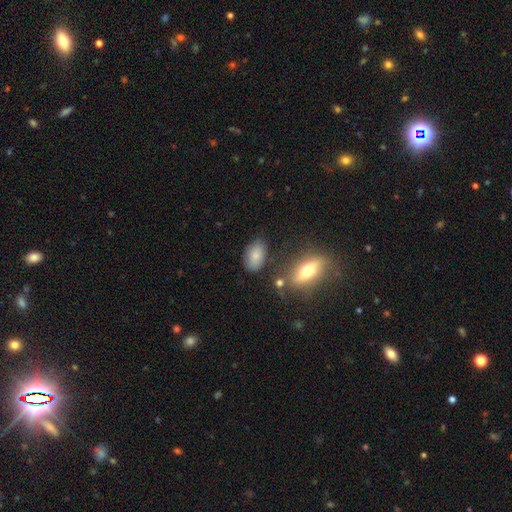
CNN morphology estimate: smooth-or-featured: smooth: 81% | featured or disk: 11% | star or artifact: 8%
  how-rounded: in between: 91% | round: 7% | cigar-shaped: 3%
  merging: none: 72% | minor disturbance: 17% | merger: 6% | major disturbance: 5%